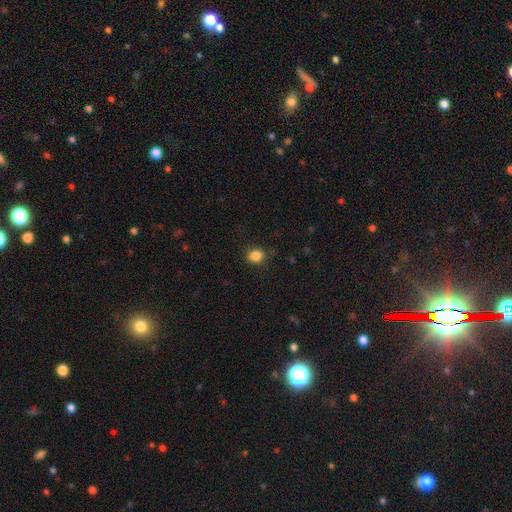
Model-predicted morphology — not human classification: A smooth galaxy with no disk features (85%) that is round (79%).

Vote fractions:
- Smooth or featured? smooth: 85% / star or artifact: 12% / featured or disk: 4%
- How rounded? round: 79% / in between: 21% / cigar-shaped: 1%
- Merging? none: 86% / minor disturbance: 10% / major disturbance: 3% / merger: 1%